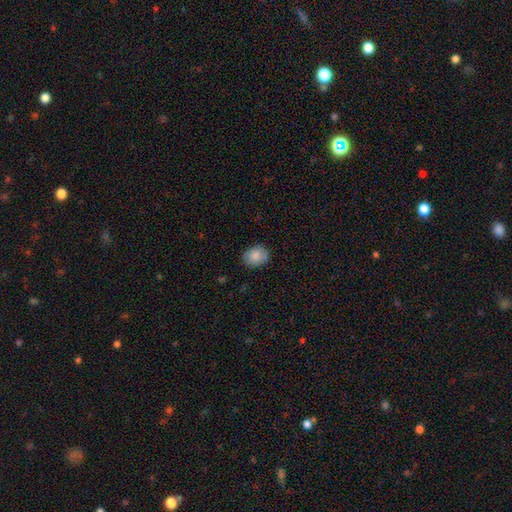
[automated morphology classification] Q: Smooth or featured?
A: smooth (82%); runner-up: featured or disk (10%)
Q: How rounded?
A: in between (58%); runner-up: round (41%)
Q: Merging?
A: none (79%); runner-up: minor disturbance (16%)